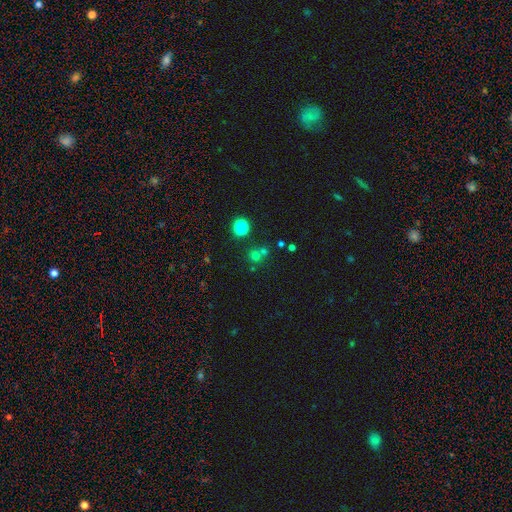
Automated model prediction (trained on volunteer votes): smooth_or_featured: smooth (p=0.56) [alt: star or artifact p=0.34]
how_rounded: round (p=0.90) [alt: in between p=0.09]
merging: none (p=0.64) [alt: merger p=0.26]